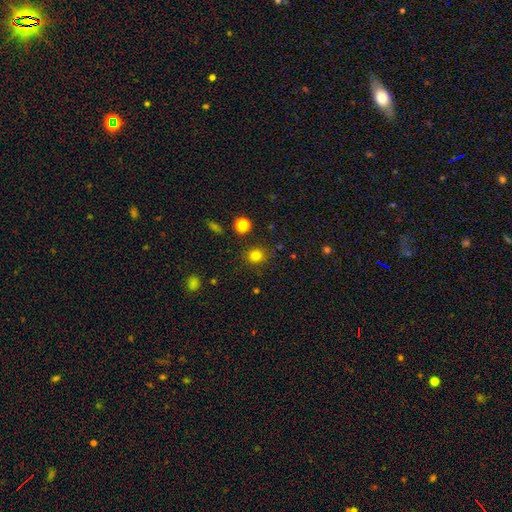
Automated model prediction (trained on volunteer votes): The model was most divided on "smooth or featured": smooth: 80%, star or artifact: 14%, featured or disk: 6%. More confident: merging — none (86%); how rounded — round (83%).